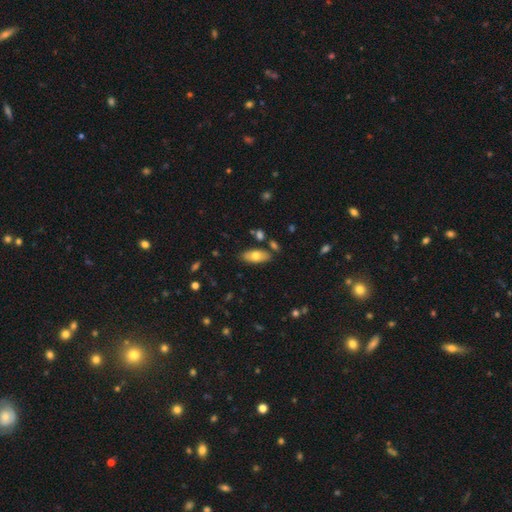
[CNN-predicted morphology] type=smooth (69%); roundness=in between (87%); merging=none (81%).